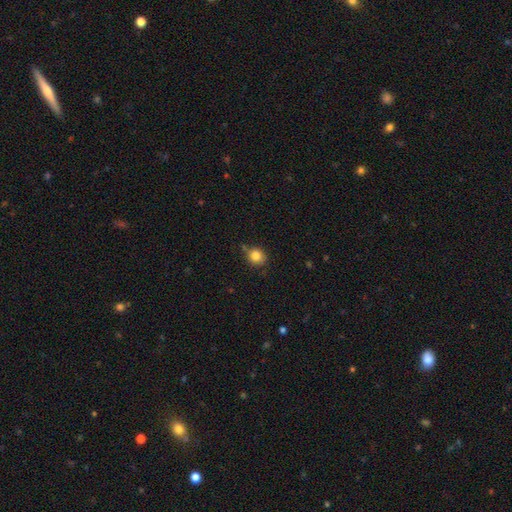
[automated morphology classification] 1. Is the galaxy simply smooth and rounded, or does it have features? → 84% smooth, 11% star or artifact, 6% featured or disk.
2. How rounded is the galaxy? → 82% round, 17% in between, 1% cigar-shaped.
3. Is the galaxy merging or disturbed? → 73% none, 18% minor disturbance, 6% merger, 4% major disturbance.